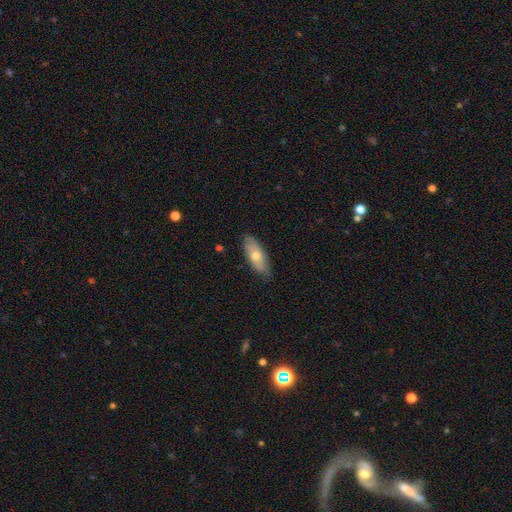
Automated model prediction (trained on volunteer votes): Smooth or featured?
  - smooth: 59% *
  - featured or disk: 35%
  - star or artifact: 6%
How rounded?
  - in between: 73% *
  - cigar-shaped: 25%
  - round: 3%
Merging?
  - none: 82% *
  - minor disturbance: 15%
  - major disturbance: 2%
  - merger: 1%